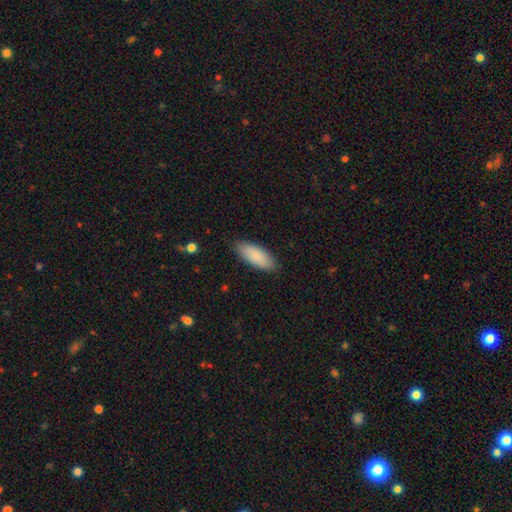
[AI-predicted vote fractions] This is clearly a smooth galaxy (89%). How rounded: likely in between (77%). Merging: clearly none (87%).